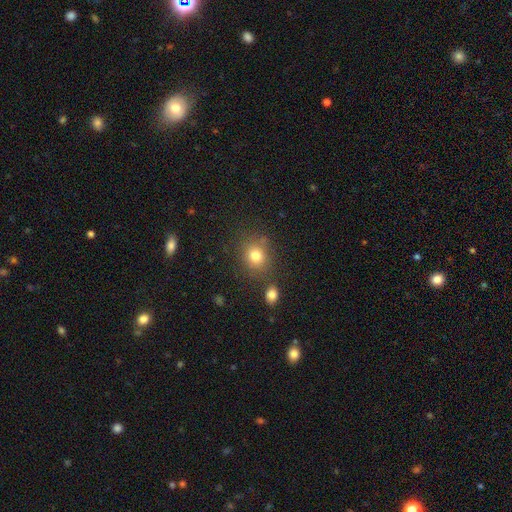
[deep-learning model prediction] Smooth or featured? Predicted: smooth (p=0.79). How rounded? Predicted: round (p=0.73). Merging? Predicted: none (p=0.77).